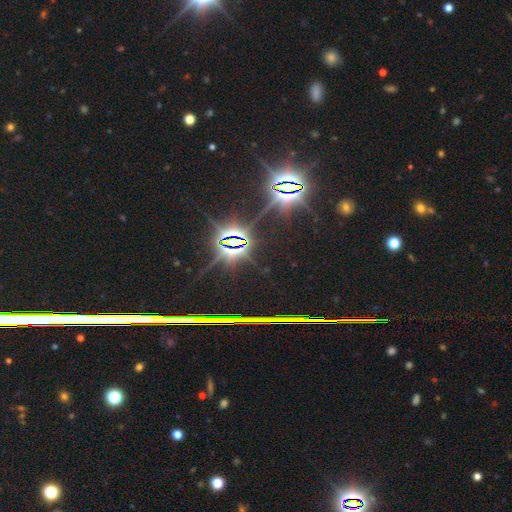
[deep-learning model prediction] A star or artifact, not a galaxy (83%).

Vote fractions:
- Smooth or featured? star or artifact: 83% / smooth: 10% / featured or disk: 8%